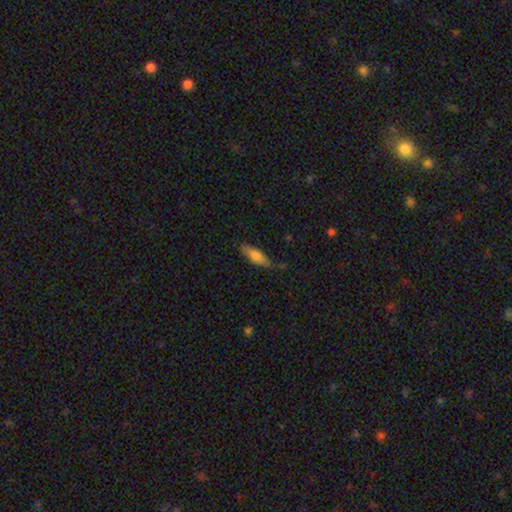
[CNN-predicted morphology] smooth_or_featured: smooth (p=0.70) [alt: featured or disk p=0.24]
how_rounded: cigar-shaped (p=0.51) [alt: in between p=0.47]
merging: none (p=0.76) [alt: minor disturbance p=0.18]